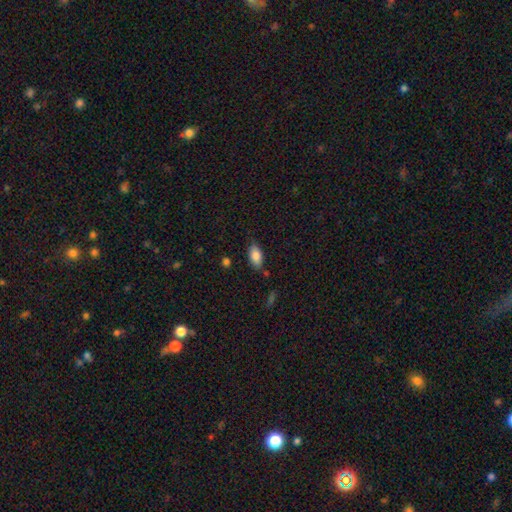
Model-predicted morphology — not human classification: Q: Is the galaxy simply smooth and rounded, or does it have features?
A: smooth — 84%.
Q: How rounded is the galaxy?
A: in between — 91%.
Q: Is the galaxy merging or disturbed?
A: none — 79%.